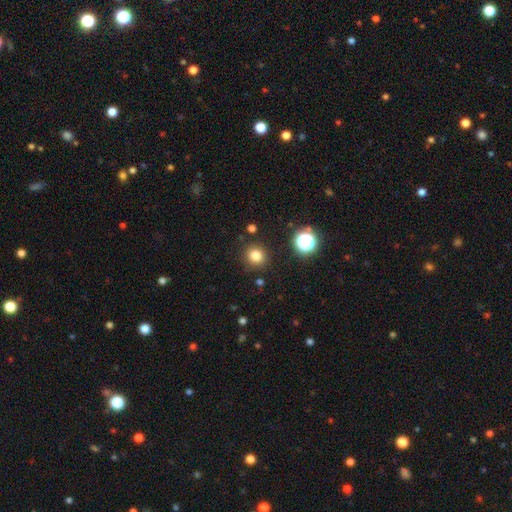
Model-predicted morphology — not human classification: Smooth or featured?
  - smooth: 81% *
  - star or artifact: 14%
  - featured or disk: 5%
How rounded?
  - round: 89% *
  - in between: 10%
  - cigar-shaped: 1%
Merging?
  - none: 88% *
  - minor disturbance: 7%
  - major disturbance: 3%
  - merger: 2%